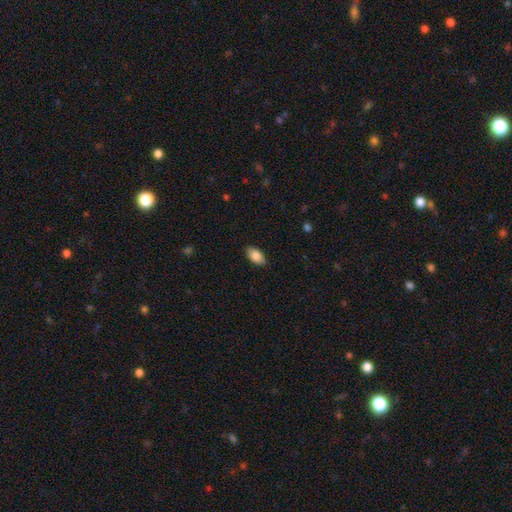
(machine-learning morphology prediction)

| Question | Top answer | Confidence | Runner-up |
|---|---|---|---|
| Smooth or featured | smooth | 86% | featured or disk (7%) |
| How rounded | in between | 93% | round (4%) |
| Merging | none | 87% | minor disturbance (10%) |